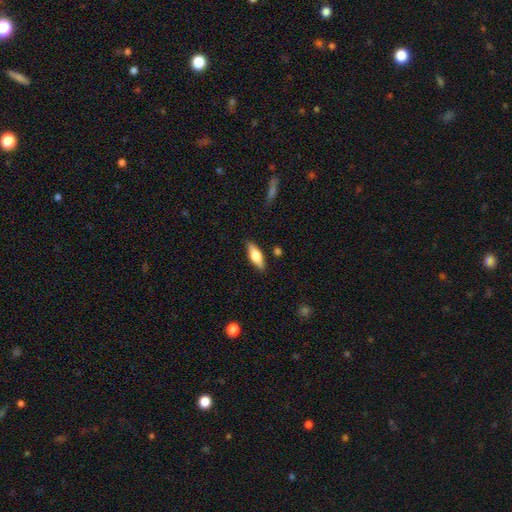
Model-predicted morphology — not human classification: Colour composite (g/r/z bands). It shows a smooth galaxy with no disk features (59%) that is in between round and cigar-shaped (65%). Merging: none (86%).